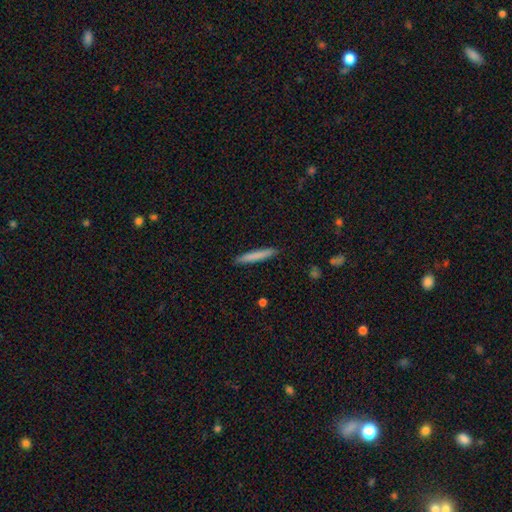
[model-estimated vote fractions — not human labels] Morphology: type=smooth (78%); roundness=cigar-shaped (95%); merging=none (91%).